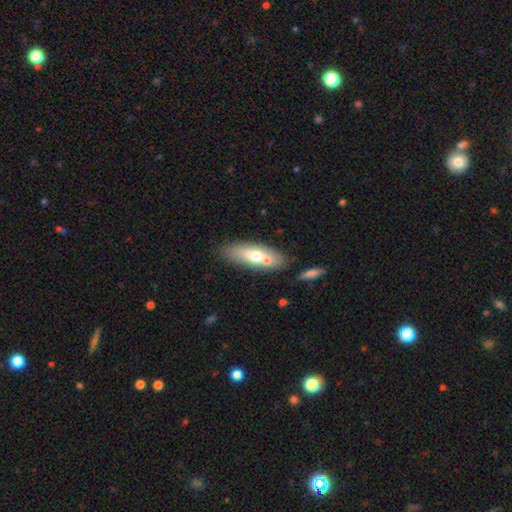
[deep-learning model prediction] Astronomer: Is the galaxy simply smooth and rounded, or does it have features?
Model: smooth — 56% (runner-up: featured or disk, 37%).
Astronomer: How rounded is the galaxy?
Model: in between — 68%.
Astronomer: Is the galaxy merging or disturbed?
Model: none — 65%.